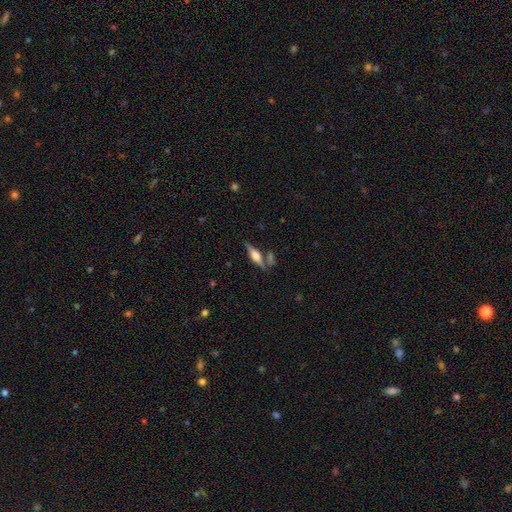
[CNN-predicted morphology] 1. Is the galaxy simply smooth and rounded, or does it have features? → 65% featured or disk, 28% smooth, 7% star or artifact.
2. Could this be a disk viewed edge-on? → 96% yes, 4% no.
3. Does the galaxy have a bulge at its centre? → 86% rounded, 11% boxy, 2% none.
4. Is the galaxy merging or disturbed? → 72% none, 12% merger, 12% minor disturbance, 4% major disturbance.